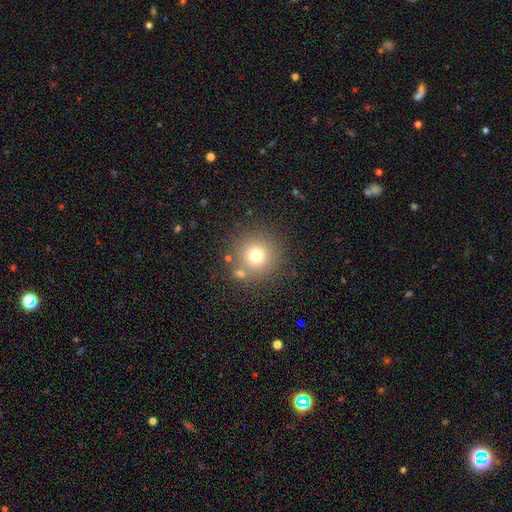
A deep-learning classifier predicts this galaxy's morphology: Smooth or featured? Predicted: smooth (p=0.73). How rounded? Predicted: round (p=0.94). Merging? Predicted: none (p=0.79).